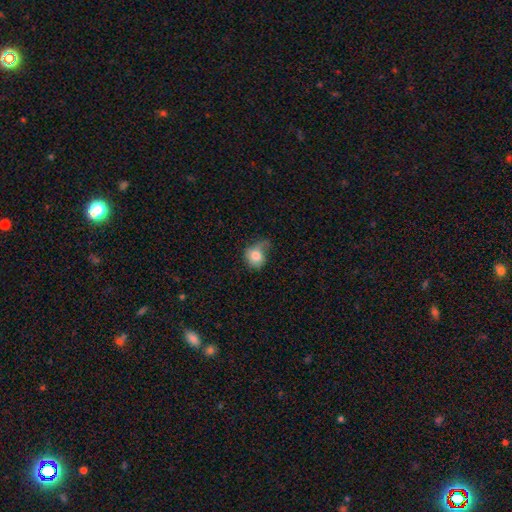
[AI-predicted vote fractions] Smooth or featured? Predicted: smooth (p=0.78). How rounded? Predicted: round (p=0.63). Merging? Predicted: minor disturbance (p=0.38).